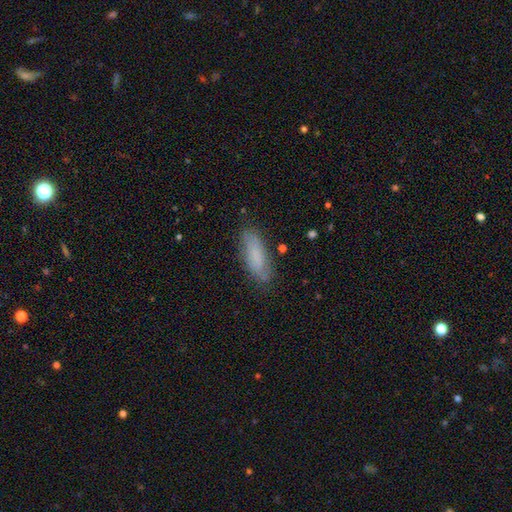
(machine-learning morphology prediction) smooth-or-featured: smooth: 75% | featured or disk: 18% | star or artifact: 8%
  how-rounded: in between: 61% | cigar-shaped: 37% | round: 2%
  merging: none: 80% | minor disturbance: 15% | major disturbance: 4% | merger: 2%